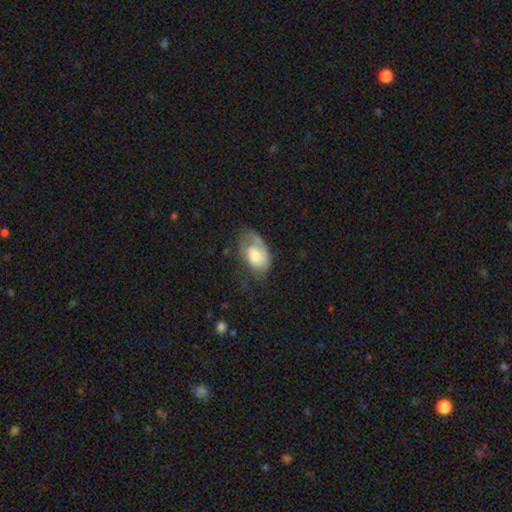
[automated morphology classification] A smooth galaxy with no disk features (47%). Merging: none (41%).